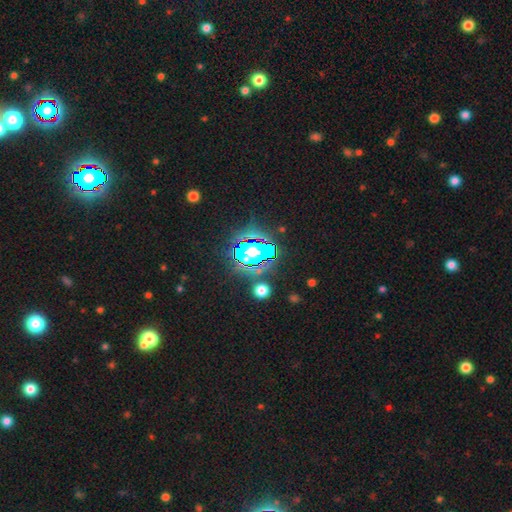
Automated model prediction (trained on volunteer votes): The model was most divided on "smooth or featured": star or artifact: 74%, smooth: 15%, featured or disk: 11%.